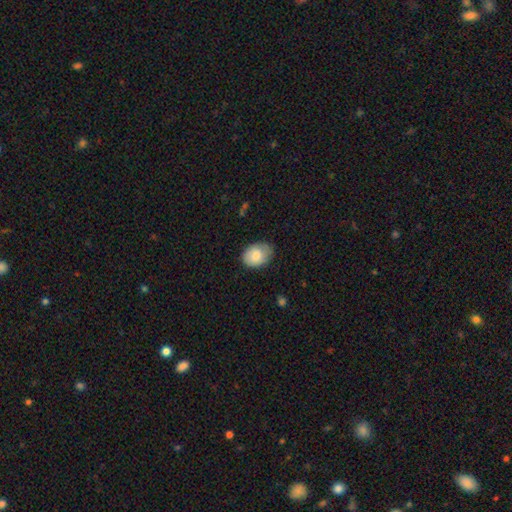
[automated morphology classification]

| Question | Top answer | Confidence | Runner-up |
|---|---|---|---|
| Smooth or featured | smooth | 81% | featured or disk (12%) |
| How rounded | in between | 75% | round (24%) |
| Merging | none | 72% | minor disturbance (23%) |